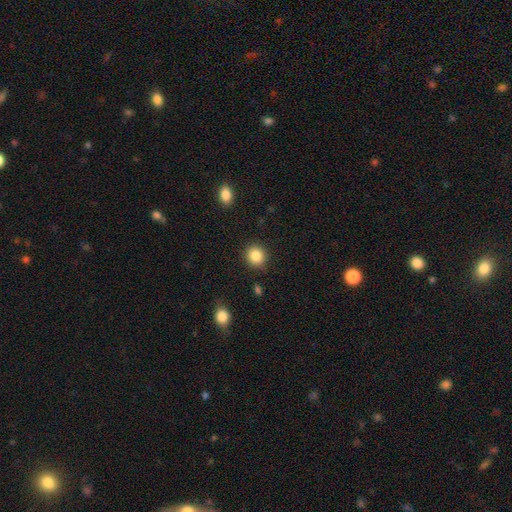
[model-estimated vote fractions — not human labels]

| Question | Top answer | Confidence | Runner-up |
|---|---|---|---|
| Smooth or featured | smooth | 86% | star or artifact (9%) |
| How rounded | round | 85% | in between (14%) |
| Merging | none | 89% | minor disturbance (7%) |